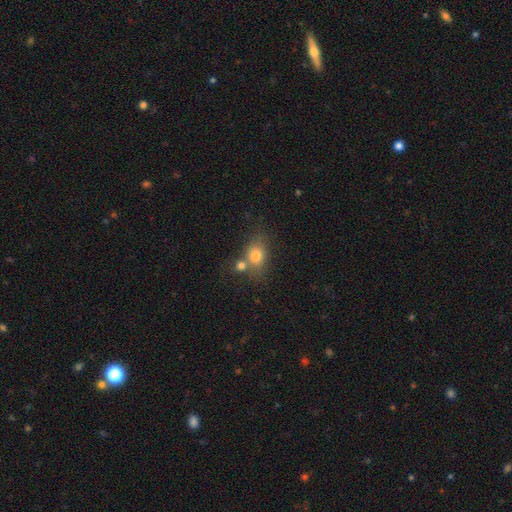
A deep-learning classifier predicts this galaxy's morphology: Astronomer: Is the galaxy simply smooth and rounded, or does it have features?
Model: smooth — 76%.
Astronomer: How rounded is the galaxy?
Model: in between — 51% (runner-up: round, 47%).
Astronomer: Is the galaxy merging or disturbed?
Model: none — 45% (runner-up: merger, 36%).